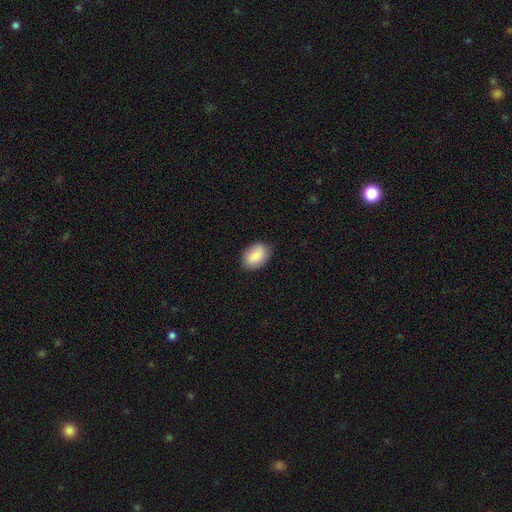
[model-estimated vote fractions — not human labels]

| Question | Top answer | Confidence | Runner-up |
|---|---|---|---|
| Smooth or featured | smooth | 88% | star or artifact (6%) |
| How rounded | in between | 86% | round (13%) |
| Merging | none | 87% | minor disturbance (10%) |